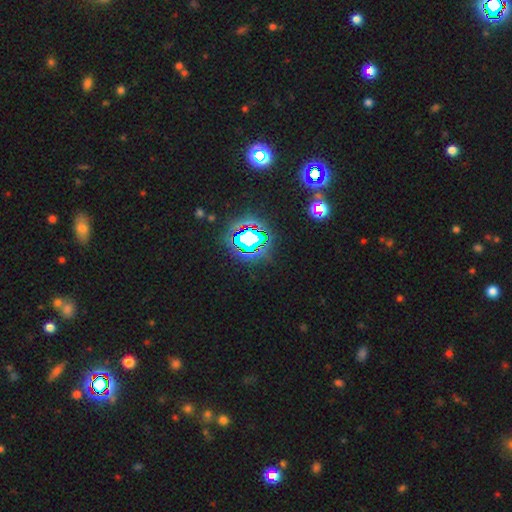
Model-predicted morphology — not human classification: star or artifact 79%, smooth 14%, featured or disk 7%.